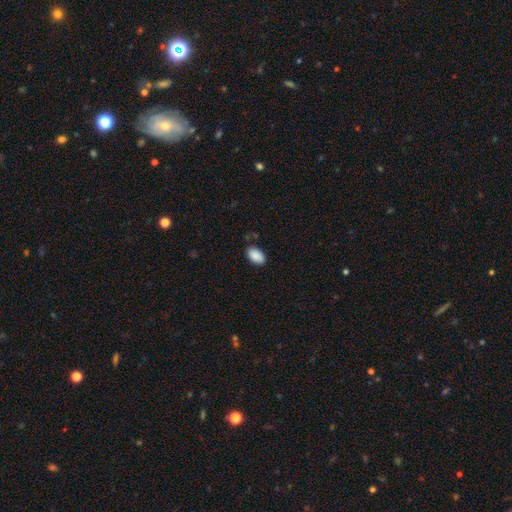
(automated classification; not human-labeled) Smooth or featured?
  - smooth: 89% *
  - star or artifact: 7%
  - featured or disk: 4%
How rounded?
  - in between: 93% *
  - round: 6%
  - cigar-shaped: 1%
Merging?
  - none: 81% *
  - minor disturbance: 14%
  - major disturbance: 3%
  - merger: 2%